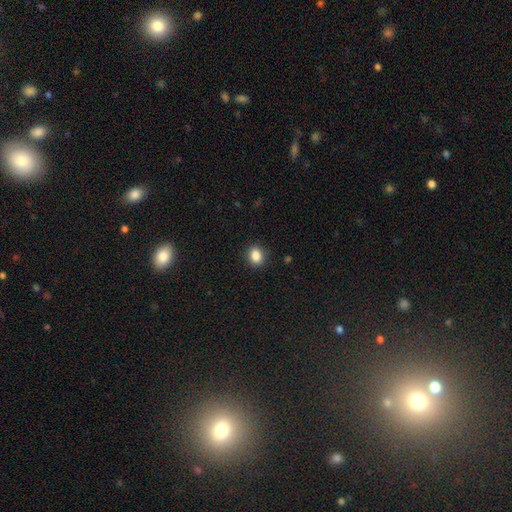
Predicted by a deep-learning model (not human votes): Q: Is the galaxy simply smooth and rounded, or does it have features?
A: smooth — 86%.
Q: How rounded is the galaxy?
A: in between — 55%.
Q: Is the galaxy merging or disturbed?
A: none — 89%.